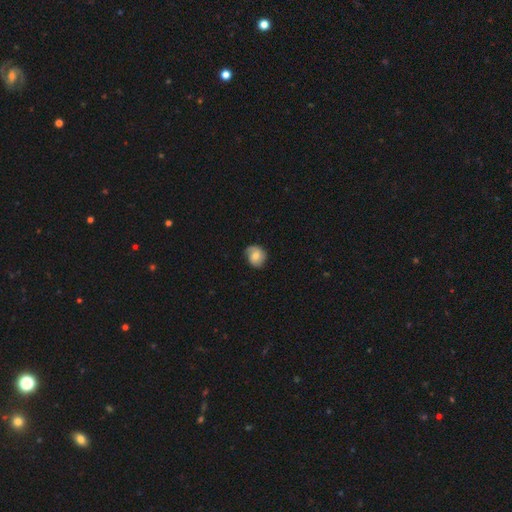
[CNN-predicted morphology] This is likely a smooth galaxy (61%). How rounded: likely round (71%). Merging: likely none (66%).